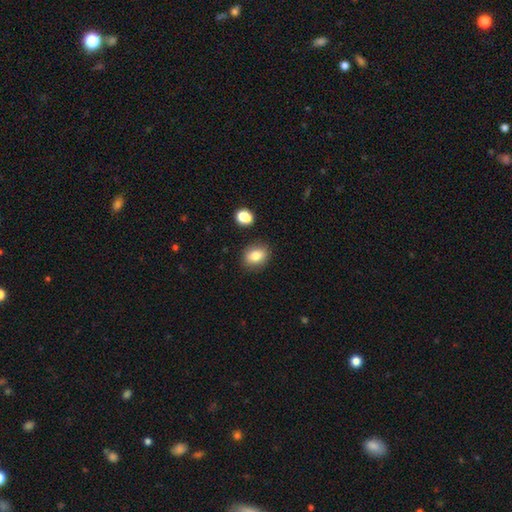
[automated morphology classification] Smooth or featured: smooth — 82% (star or artifact — 10%)
How rounded: in between — 58% (round — 40%)
Merging: none — 84% (minor disturbance — 10%)